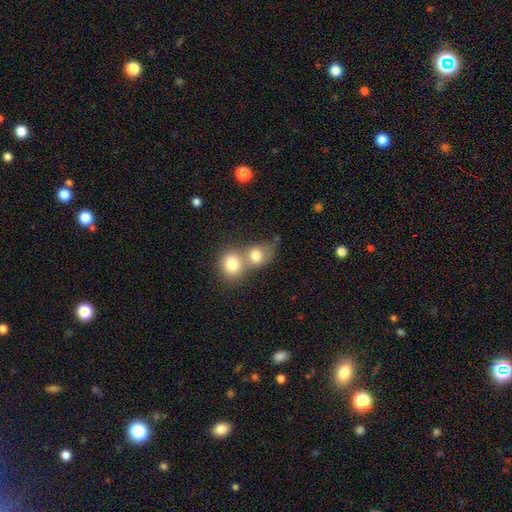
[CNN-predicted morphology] type=smooth (77%); roundness=round (62%); merging=merger (64%).